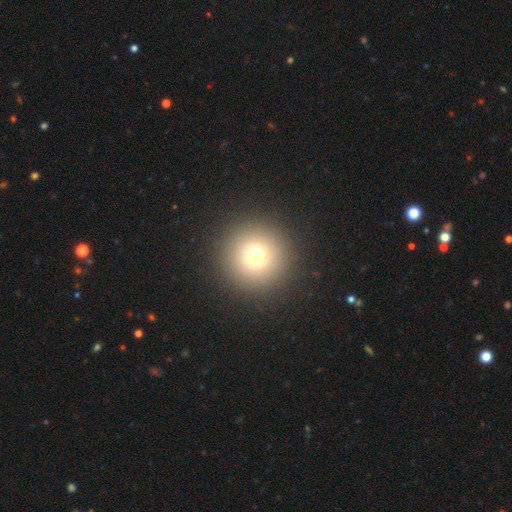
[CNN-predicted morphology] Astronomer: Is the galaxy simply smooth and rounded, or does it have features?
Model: smooth — 72%.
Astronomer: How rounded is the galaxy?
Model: round — 96%.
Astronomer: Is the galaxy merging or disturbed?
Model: none — 91%.